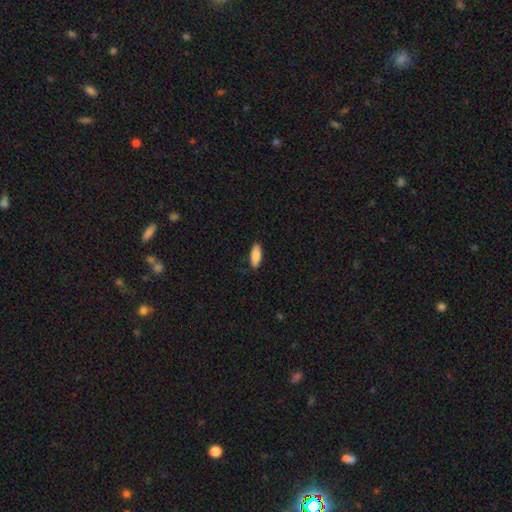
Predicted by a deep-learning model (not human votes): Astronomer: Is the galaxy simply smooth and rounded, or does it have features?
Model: smooth — 85%.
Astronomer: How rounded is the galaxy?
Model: in between — 73%.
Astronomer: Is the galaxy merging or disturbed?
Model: none — 88%.